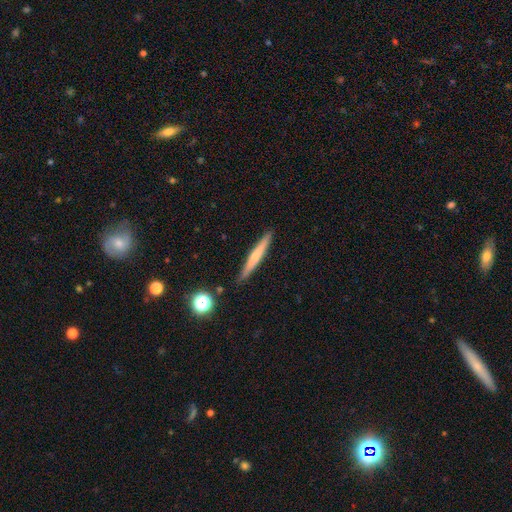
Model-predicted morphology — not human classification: A smooth galaxy with no disk features (55%) that is cigar-shaped (96%). Merging: none (88%).